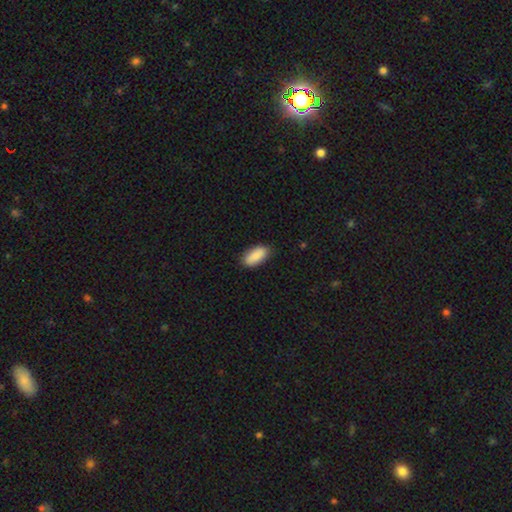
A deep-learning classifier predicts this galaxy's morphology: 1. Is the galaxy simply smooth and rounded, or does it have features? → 88% smooth, 6% star or artifact, 6% featured or disk.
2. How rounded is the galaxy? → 90% in between, 8% cigar-shaped, 2% round.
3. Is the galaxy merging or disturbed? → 84% none, 13% minor disturbance, 2% major disturbance, 1% merger.